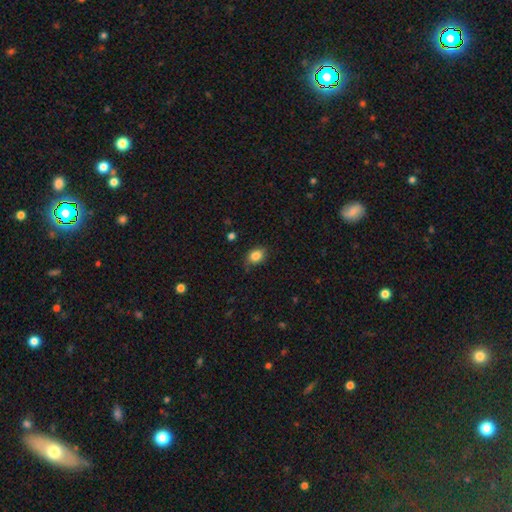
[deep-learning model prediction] smooth-or-featured: smooth: 84% | star or artifact: 9% | featured or disk: 7%
  how-rounded: in between: 74% | round: 25% | cigar-shaped: 2%
  merging: none: 77% | minor disturbance: 18% | major disturbance: 3% | merger: 1%